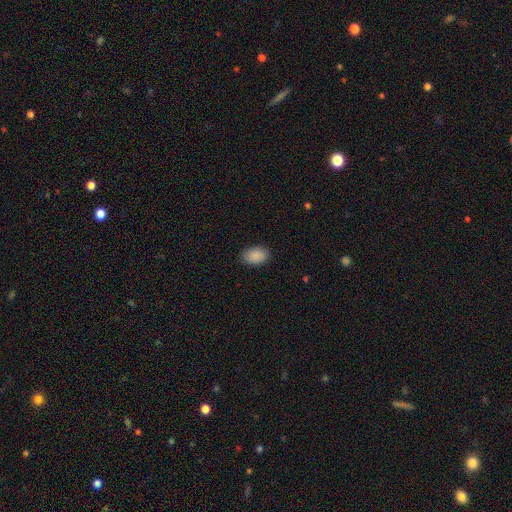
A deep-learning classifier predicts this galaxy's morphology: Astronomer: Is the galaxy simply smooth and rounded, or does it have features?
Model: smooth — 90%.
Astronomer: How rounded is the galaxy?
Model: in between — 88%.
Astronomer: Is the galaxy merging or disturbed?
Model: none — 87%.